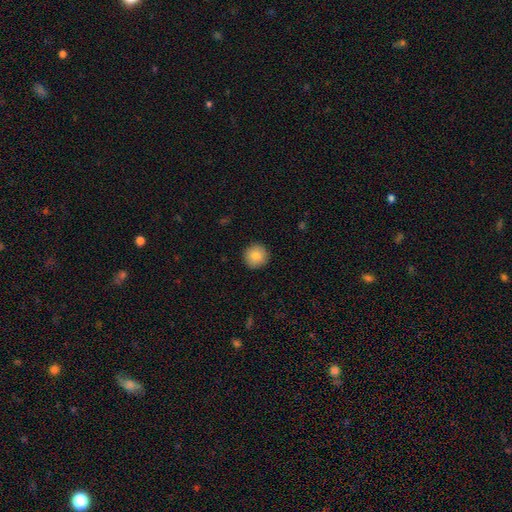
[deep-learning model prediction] Smooth or featured? Predicted: smooth (p=0.85). How rounded? Predicted: round (p=0.95). Merging? Predicted: none (p=0.92).